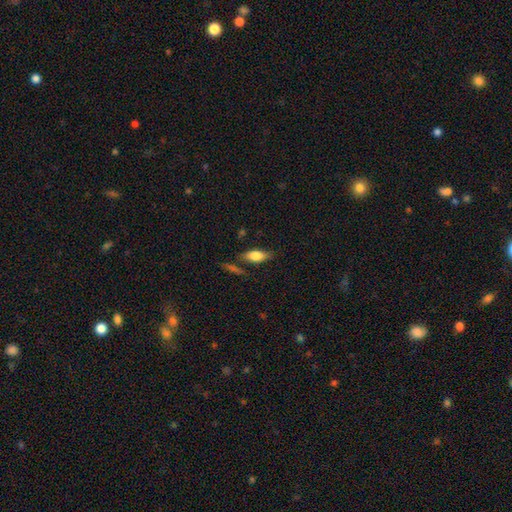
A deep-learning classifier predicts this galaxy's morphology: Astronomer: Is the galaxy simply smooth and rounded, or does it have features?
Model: smooth — 70%.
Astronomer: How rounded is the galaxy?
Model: in between — 76%.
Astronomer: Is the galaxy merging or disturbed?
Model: none — 73%.